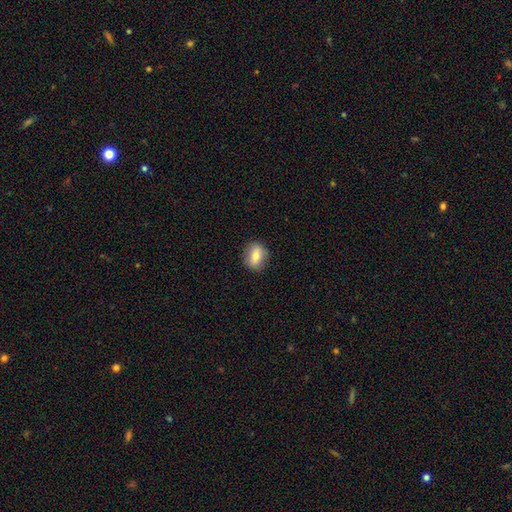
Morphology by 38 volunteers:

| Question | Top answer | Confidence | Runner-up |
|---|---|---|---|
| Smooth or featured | smooth | 74% | featured or disk (21%) |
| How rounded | round | 50% | in between (46%) |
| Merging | none | 78% | minor disturbance (17%) |